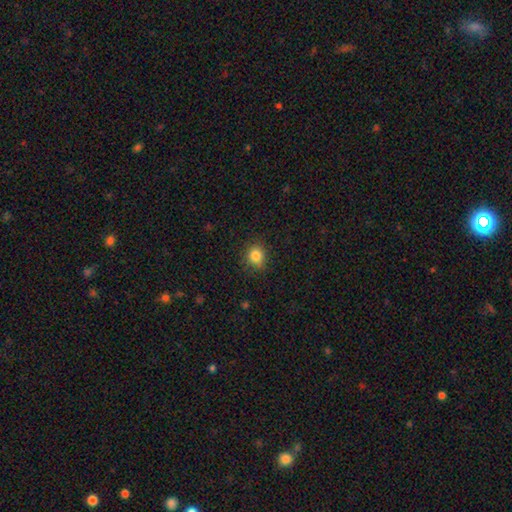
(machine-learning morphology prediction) Q: Smooth or featured?
A: smooth (83%); runner-up: star or artifact (11%)
Q: How rounded?
A: round (73%); runner-up: in between (26%)
Q: Merging?
A: none (85%); runner-up: minor disturbance (12%)